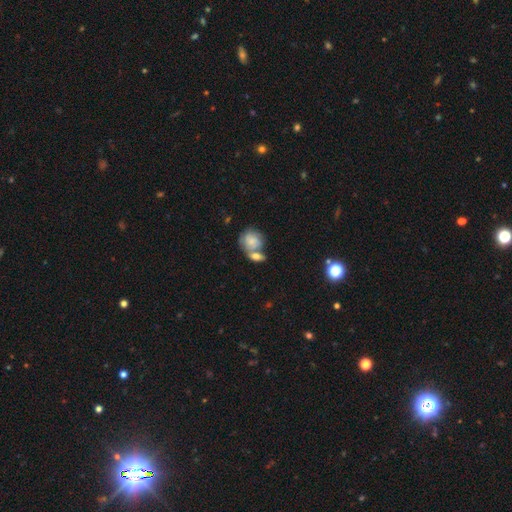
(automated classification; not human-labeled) The model was most divided on "how rounded": in between: 49%, round: 47%, cigar-shaped: 4%. More confident: smooth or featured — smooth (65%); merging — merger (54%).